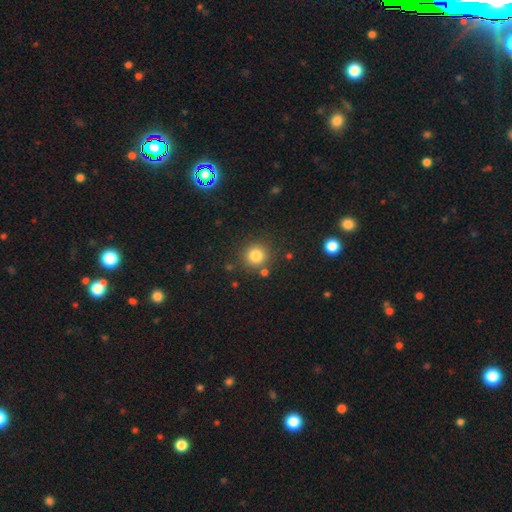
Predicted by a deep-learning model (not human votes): This appears to be a smooth galaxy with no disk features (81%) that is round (93%). Merging: none (83%).